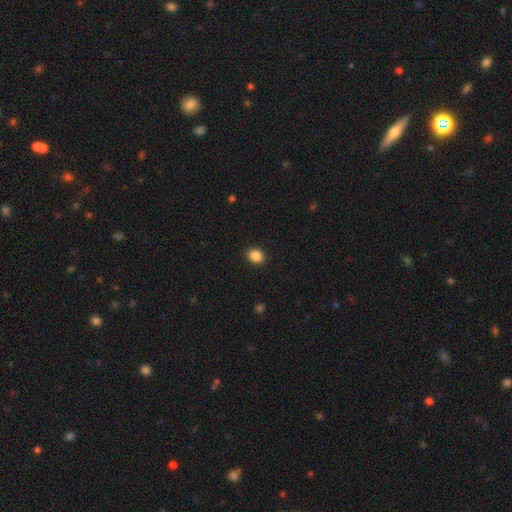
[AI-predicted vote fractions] Overall: smooth (87%). How rounded: round (57%; in between 42%). Merging: none (90%).